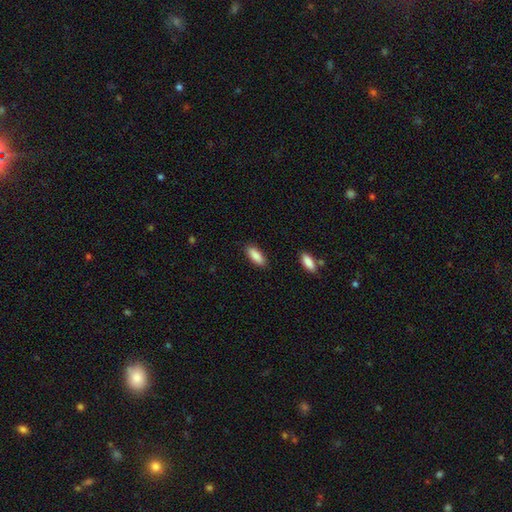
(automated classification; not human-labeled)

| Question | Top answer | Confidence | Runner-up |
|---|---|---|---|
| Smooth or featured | smooth | 88% | featured or disk (6%) |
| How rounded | in between | 74% | cigar-shaped (24%) |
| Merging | none | 87% | minor disturbance (9%) |